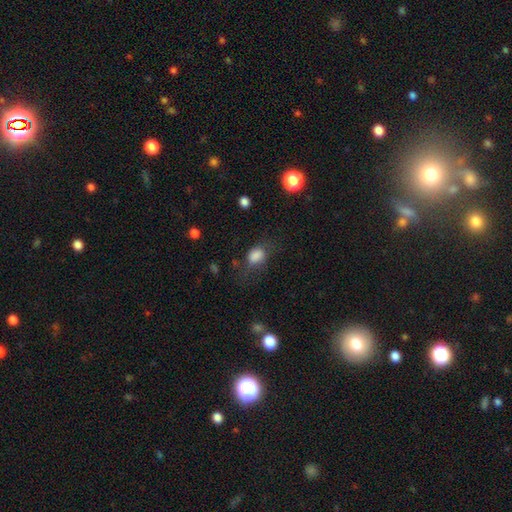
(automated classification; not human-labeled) This appears to be a smooth galaxy with no disk features (82%) that is in between round and cigar-shaped (65%). Merging: none (52%).